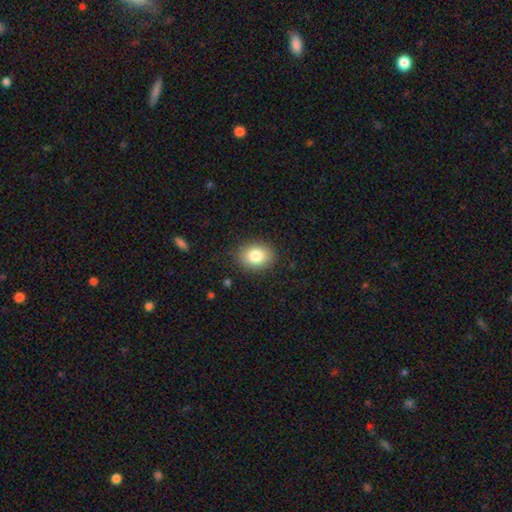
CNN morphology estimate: Smooth or featured?
  - smooth: 83% *
  - star or artifact: 9%
  - featured or disk: 8%
How rounded?
  - in between: 55% *
  - round: 44%
  - cigar-shaped: 1%
Merging?
  - none: 87% *
  - minor disturbance: 9%
  - major disturbance: 3%
  - merger: 1%